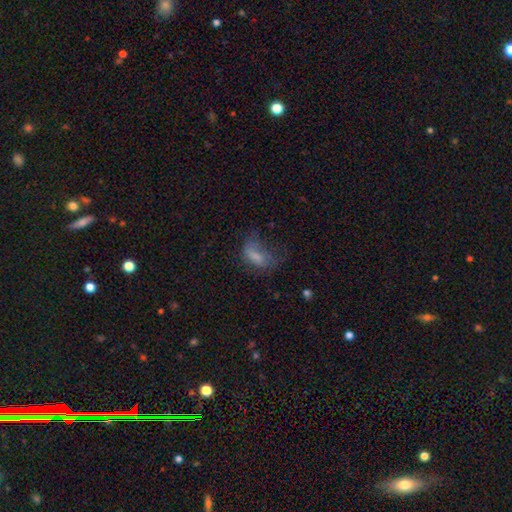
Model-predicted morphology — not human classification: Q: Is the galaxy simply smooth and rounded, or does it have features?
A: smooth — 66%.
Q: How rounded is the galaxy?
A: in between — 87%.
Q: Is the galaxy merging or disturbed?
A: major disturbance — 41%.